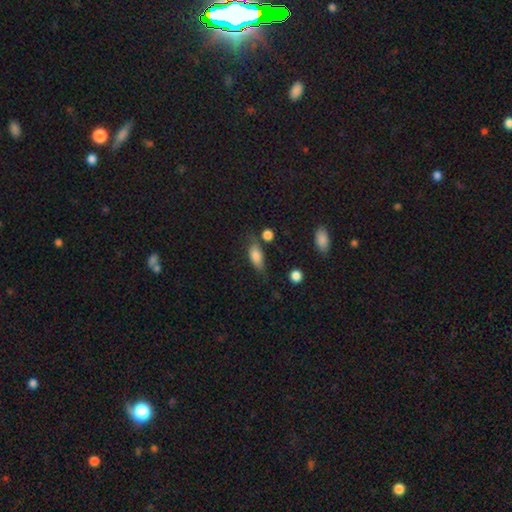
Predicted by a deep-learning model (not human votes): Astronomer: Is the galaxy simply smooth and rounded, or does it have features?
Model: smooth — 77%.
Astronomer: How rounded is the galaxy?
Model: in between — 80%.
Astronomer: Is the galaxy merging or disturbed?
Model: none — 58%.